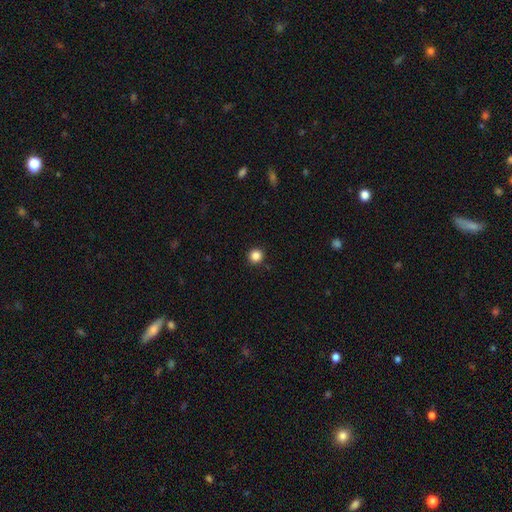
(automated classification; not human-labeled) smooth 86%, star or artifact 11%, featured or disk 3%. Down the decision tree: how rounded — round (95%); merging — none (92%).